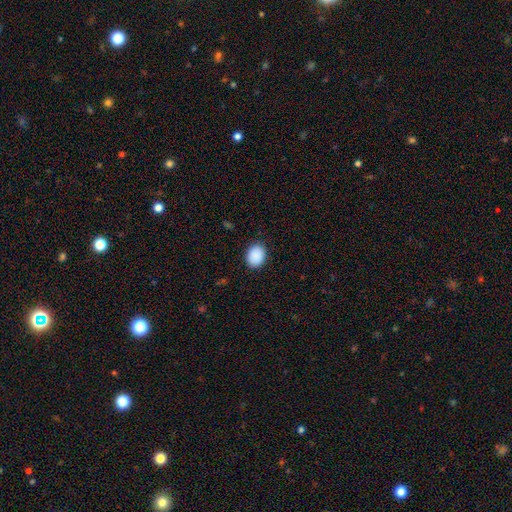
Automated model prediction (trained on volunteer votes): smooth 90%, star or artifact 7%, featured or disk 3%. Down the decision tree: how rounded — in between (59%); merging — none (88%).